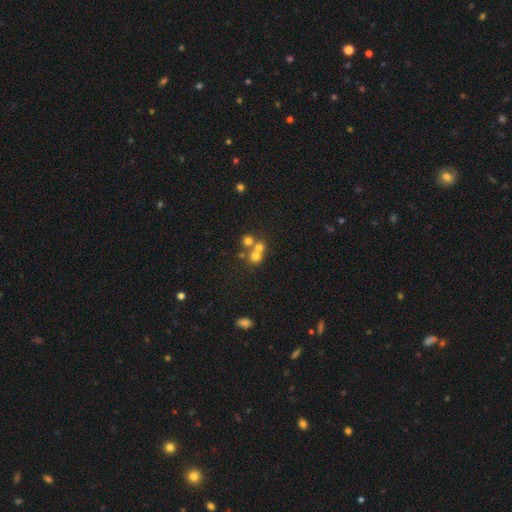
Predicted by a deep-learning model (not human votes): Overall: smooth (64%). How rounded: round (84%). Merging: merger (51%; none 40%).